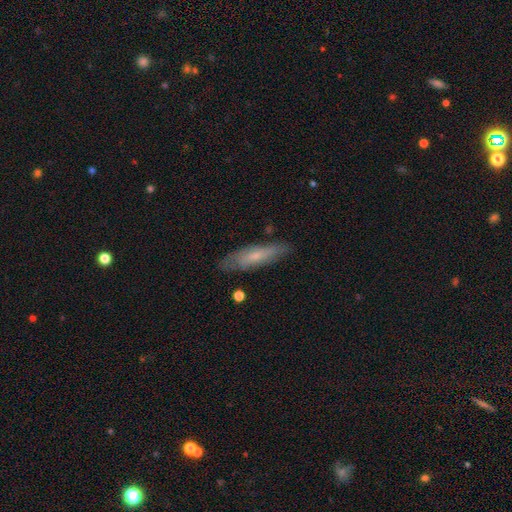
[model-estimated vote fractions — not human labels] This appears to be a smooth galaxy with no disk features (52%) that is cigar-shaped (68%). Merging: none (76%).